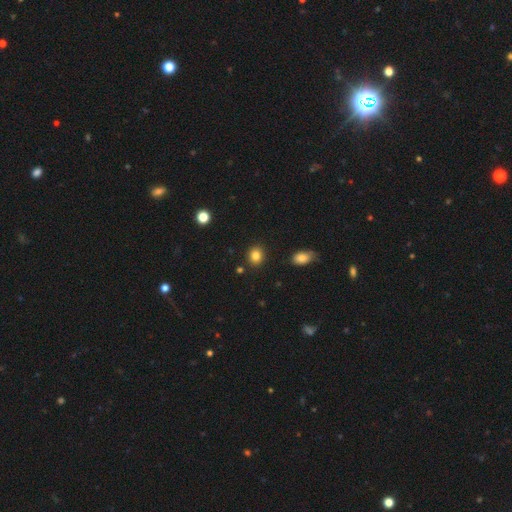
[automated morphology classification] Smooth or featured: smooth — 84% (star or artifact — 11%)
How rounded: round — 70% (in between — 30%)
Merging: none — 88% (minor disturbance — 7%)